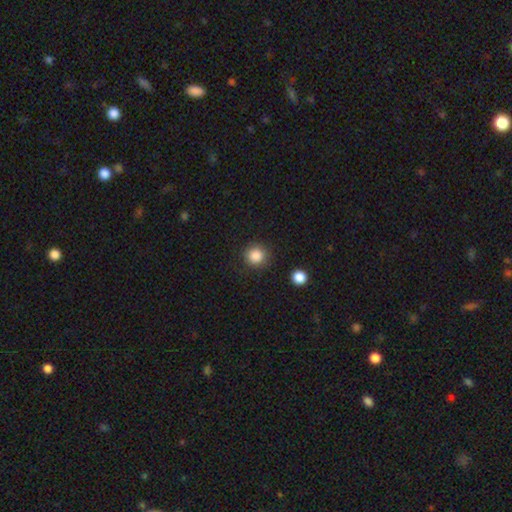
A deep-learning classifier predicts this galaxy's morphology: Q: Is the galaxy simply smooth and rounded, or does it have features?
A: smooth — 86%.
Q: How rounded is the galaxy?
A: round — 92%.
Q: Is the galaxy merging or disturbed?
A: none — 88%.